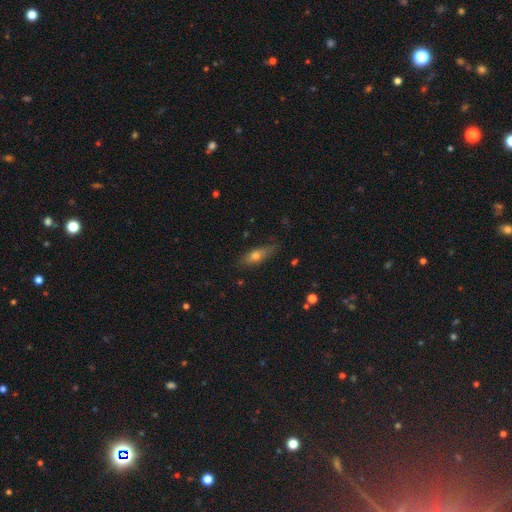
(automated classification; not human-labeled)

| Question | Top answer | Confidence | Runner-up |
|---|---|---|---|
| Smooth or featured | smooth | 58% | featured or disk (34%) |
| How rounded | in between | 48% | tied: cigar-shaped (48%) |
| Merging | none | 76% | minor disturbance (19%) |